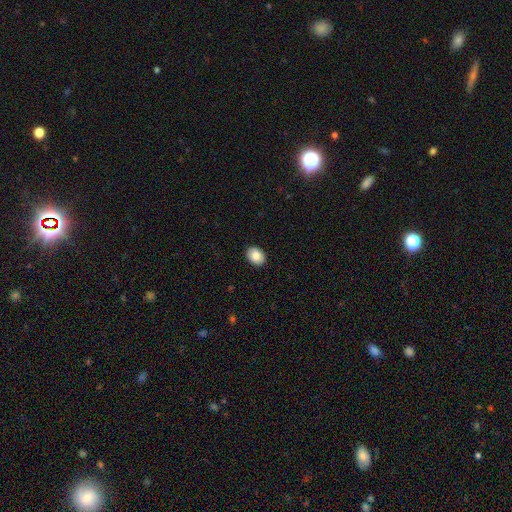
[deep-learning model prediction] This is clearly a smooth galaxy (84%). How rounded: likely in between (67%). Merging: clearly none (91%).